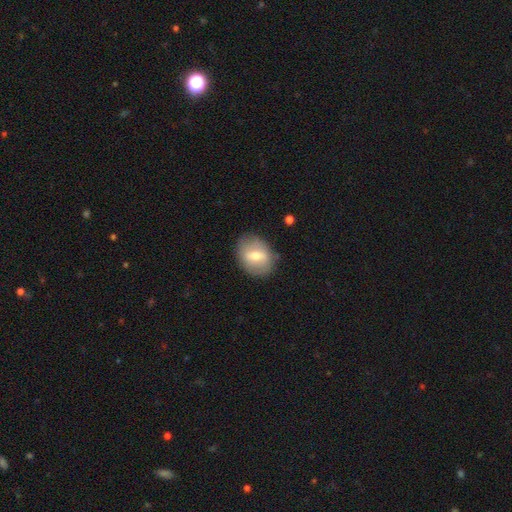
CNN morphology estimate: The model was most divided on "smooth or featured": smooth: 52%, featured or disk: 40%, star or artifact: 7%. More confident: merging — none (81%); how rounded — in between (57%).